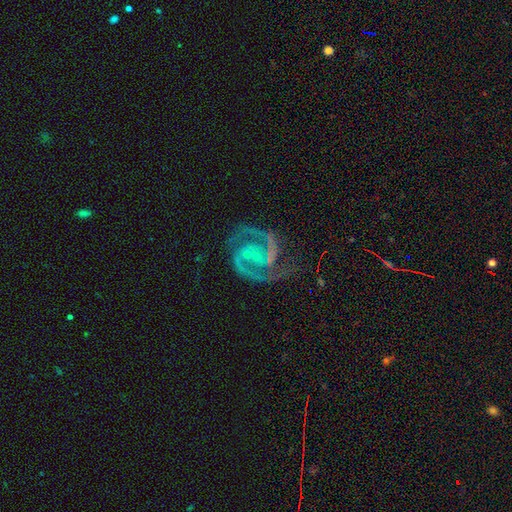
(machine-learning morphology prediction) Smooth or featured? featured or disk (93%)
Edge-on disk? no (98%)
Bar? no (43%)
Spiral arms? yes (98%)
Spiral winding? medium (60%)
Spiral arm count? 2 (91%)
Bulge size? small (73%)
Merging? none (73%)